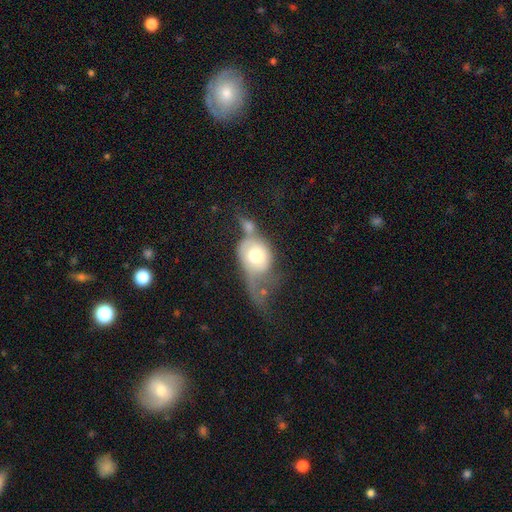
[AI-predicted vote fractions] Smooth or featured: smooth — 49% (featured or disk — 44%)
Merging: major disturbance — 40% (merger — 34%)